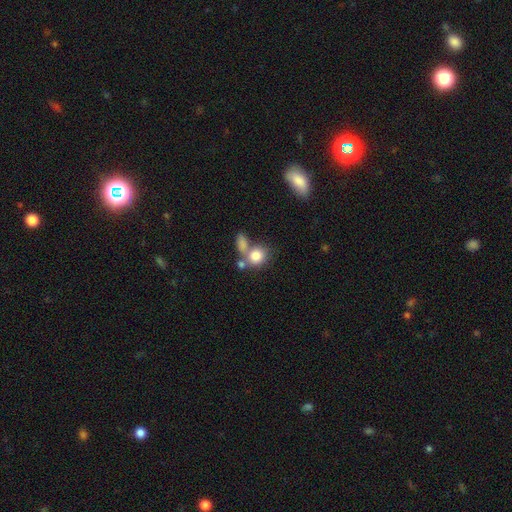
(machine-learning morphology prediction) smooth-or-featured: smooth: 80% | featured or disk: 10% | star or artifact: 9%
  how-rounded: round: 69% | in between: 30% | cigar-shaped: 1%
  merging: merger: 43% | none: 39% | minor disturbance: 11% | major disturbance: 7%